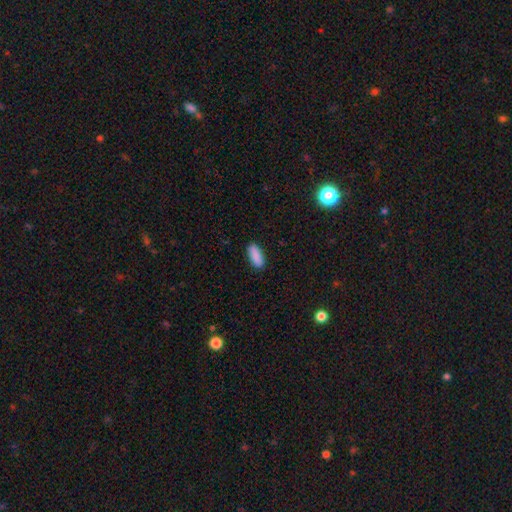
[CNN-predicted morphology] This is clearly a smooth galaxy (89%). How rounded: likely in between (75%). Merging: clearly none (89%).